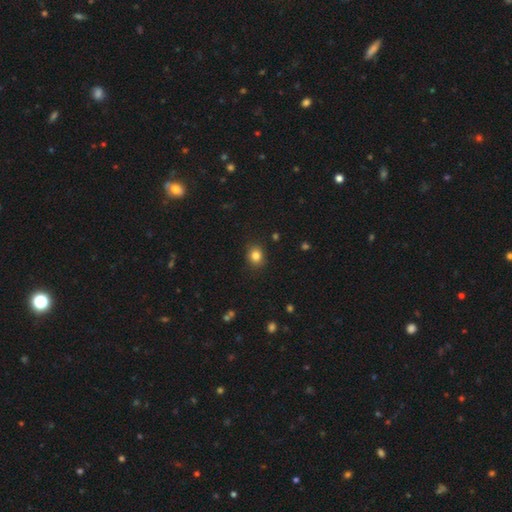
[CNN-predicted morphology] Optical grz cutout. It shows a smooth galaxy with no disk features (84%) that is round (72%). Merging: none (88%).